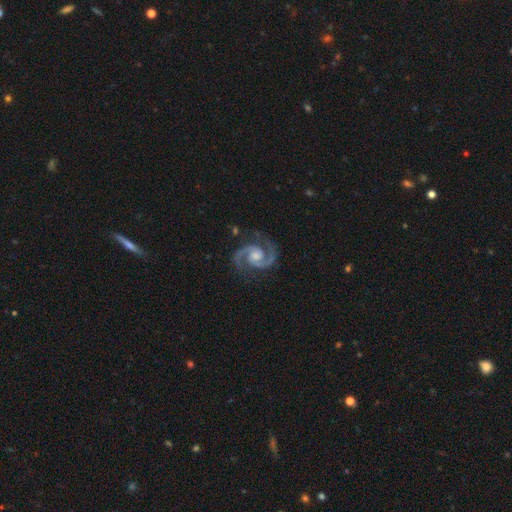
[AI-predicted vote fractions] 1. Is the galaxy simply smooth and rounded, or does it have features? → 94% featured or disk, 4% star or artifact, 2% smooth.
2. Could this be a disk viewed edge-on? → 98% no, 2% yes.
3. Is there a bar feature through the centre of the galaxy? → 53% no, 37% weak, 10% strong.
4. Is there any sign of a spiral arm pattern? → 99% yes, 1% no.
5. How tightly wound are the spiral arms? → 64% medium, 28% tight, 8% loose.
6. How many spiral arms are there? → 95% 2, 1% 3, 1% can't tell, 1% 1, 1% 4, 1% more than 4.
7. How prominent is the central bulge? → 52% moderate, 28% small, 11% none, 8% large, 1% dominant.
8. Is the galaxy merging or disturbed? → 84% none, 11% minor disturbance, 3% major disturbance, 1% merger.